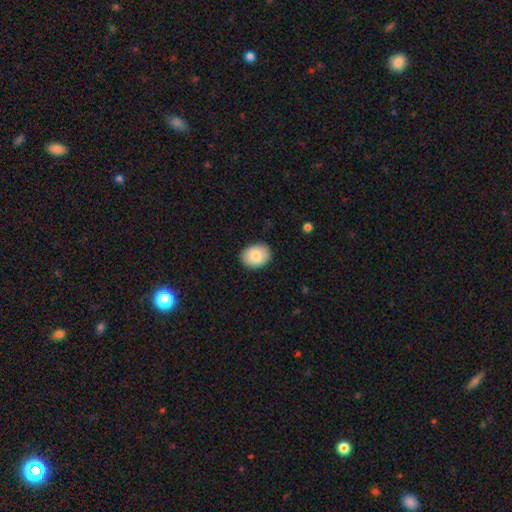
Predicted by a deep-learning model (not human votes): Smooth or featured: smooth — 85% (featured or disk — 8%)
How rounded: in between — 65% (round — 34%)
Merging: none — 88% (minor disturbance — 9%)